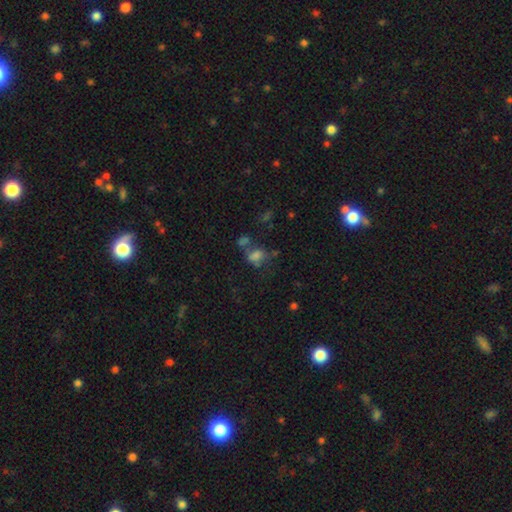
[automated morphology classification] A smooth galaxy with no disk features (60%) that is in between round and cigar-shaped (67%).

Vote fractions:
- Smooth or featured? smooth: 60% / featured or disk: 22% / star or artifact: 18%
- How rounded? in between: 67% / round: 31% / cigar-shaped: 2%
- Merging? merger: 36% / none: 28% / major disturbance: 20% / minor disturbance: 16%